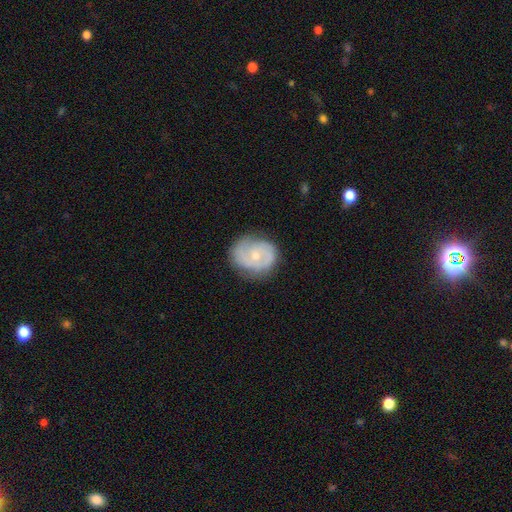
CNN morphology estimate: This is likely a featured or disk galaxy (68%). It is clearly not viewed edge-on (97%). Bar: likely no (72%). Spiral arm pattern: clearly yes (85%). Spiral arm count: likely 2 (62%). Spiral winding: marginally tight (42%). Central bulge: possibly small (59%). Merging: likely none (70%).